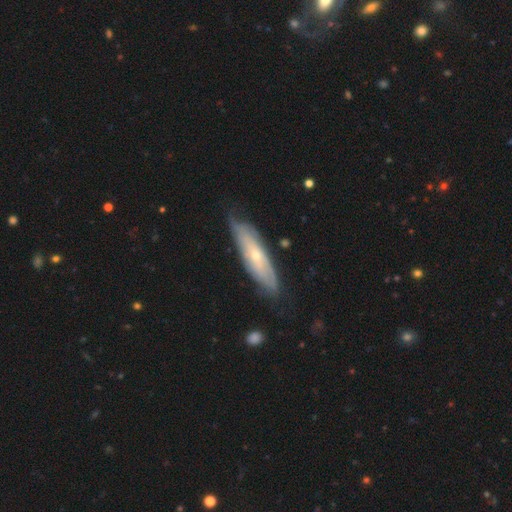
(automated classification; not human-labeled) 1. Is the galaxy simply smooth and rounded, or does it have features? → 63% featured or disk, 32% smooth, 6% star or artifact.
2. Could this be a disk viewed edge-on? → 64% no, 36% yes.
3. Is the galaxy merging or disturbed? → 74% none, 20% minor disturbance, 4% major disturbance, 2% merger.